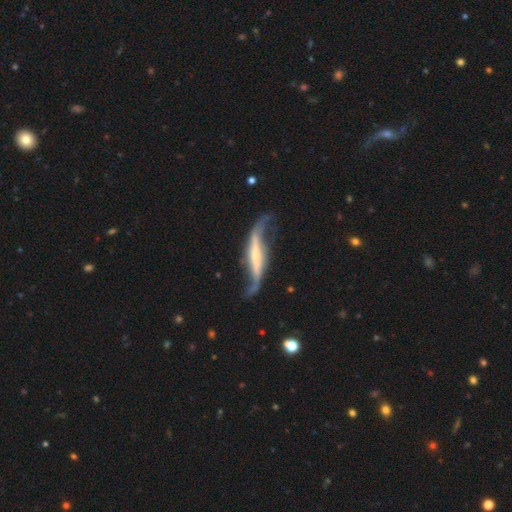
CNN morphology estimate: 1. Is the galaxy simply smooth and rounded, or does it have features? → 85% featured or disk, 10% smooth, 5% star or artifact.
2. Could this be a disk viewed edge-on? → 67% no, 33% yes.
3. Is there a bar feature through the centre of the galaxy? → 54% strong, 26% weak, 21% no.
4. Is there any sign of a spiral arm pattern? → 93% yes, 7% no.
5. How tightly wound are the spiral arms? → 93% loose, 5% medium, 2% tight.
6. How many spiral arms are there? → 91% 2, 4% 1, 2% can't tell, 1% 3, 1% 4, 1% more than 4.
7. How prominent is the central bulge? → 43% small, 24% none, 23% moderate, 6% large, 3% dominant.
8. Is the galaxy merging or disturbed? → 57% none, 22% minor disturbance, 17% major disturbance, 4% merger.